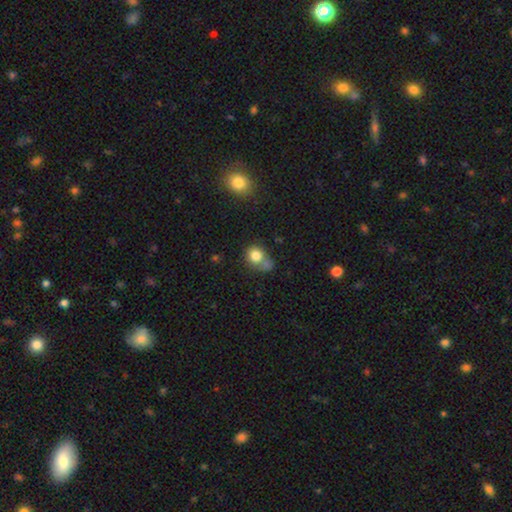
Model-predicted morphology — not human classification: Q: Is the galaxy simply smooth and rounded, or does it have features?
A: smooth — 80%.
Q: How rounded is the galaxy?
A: round — 71%.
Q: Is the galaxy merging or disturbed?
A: none — 43%.